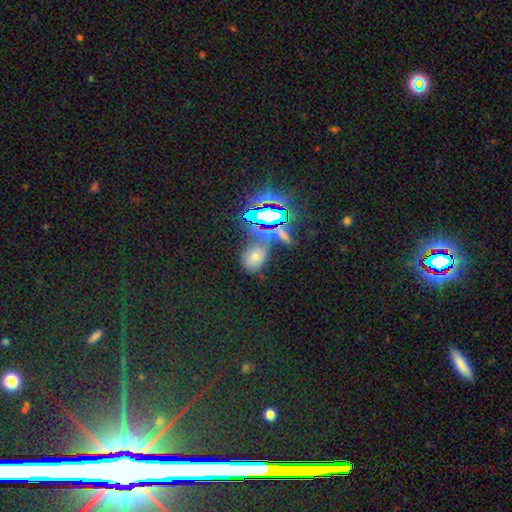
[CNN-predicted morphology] This appears to be a star or artifact, not a galaxy (59%).